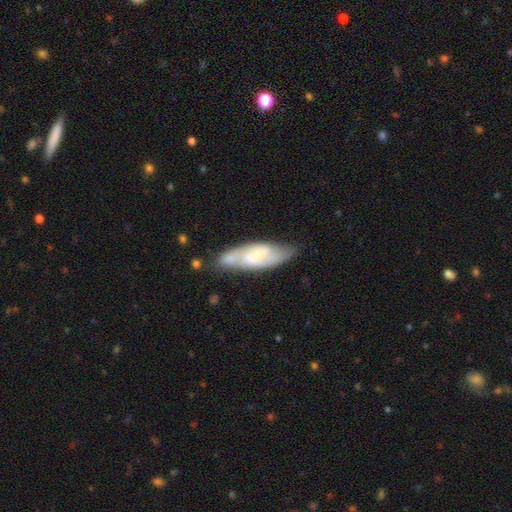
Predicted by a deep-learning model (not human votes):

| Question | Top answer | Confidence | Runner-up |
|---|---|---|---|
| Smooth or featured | featured or disk | 66% | smooth (28%) |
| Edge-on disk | no | 85% | yes (15%) |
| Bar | no | 45% | weak (42%) |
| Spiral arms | yes | 84% | no (16%) |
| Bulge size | small | 61% | moderate (29%) |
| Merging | none | 66% | minor disturbance (21%) |